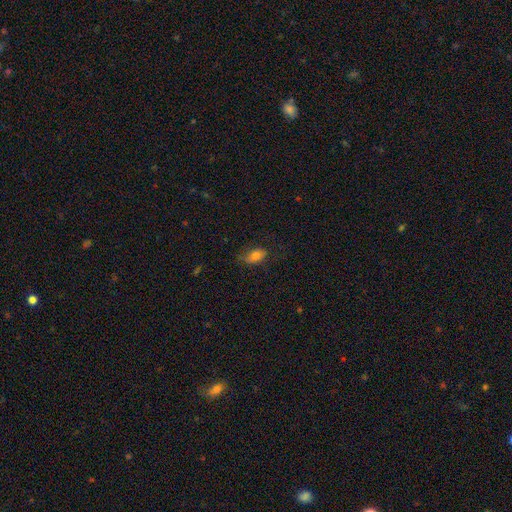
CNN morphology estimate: Smooth or featured?
  - smooth: 79% *
  - featured or disk: 11%
  - star or artifact: 10%
How rounded?
  - in between: 86% *
  - round: 10%
  - cigar-shaped: 4%
Merging?
  - none: 67% *
  - minor disturbance: 24%
  - major disturbance: 8%
  - merger: 1%